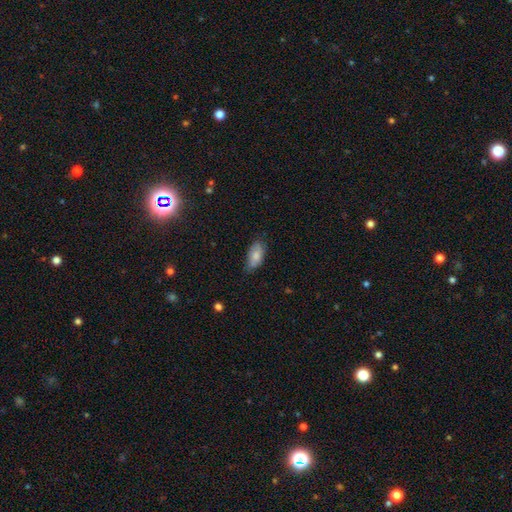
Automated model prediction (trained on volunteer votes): Morphology: type=smooth (77%); roundness=in between (91%); merging=none (61%).